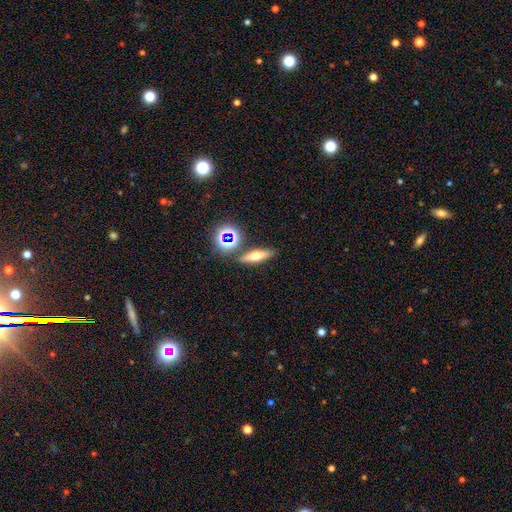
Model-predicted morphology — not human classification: Smooth or featured: smooth — 54% (featured or disk — 30%)
How rounded: cigar-shaped — 54% (in between — 35%)
Merging: none — 82% (minor disturbance — 9%)